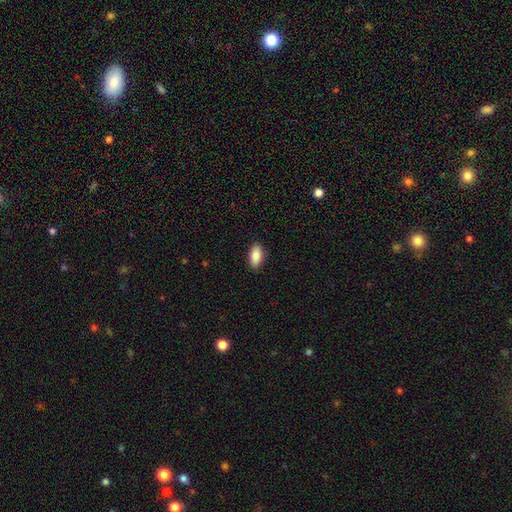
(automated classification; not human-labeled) Smooth or featured: smooth — 88% (star or artifact — 6%)
How rounded: in between — 92% (cigar-shaped — 6%)
Merging: none — 90% (minor disturbance — 8%)